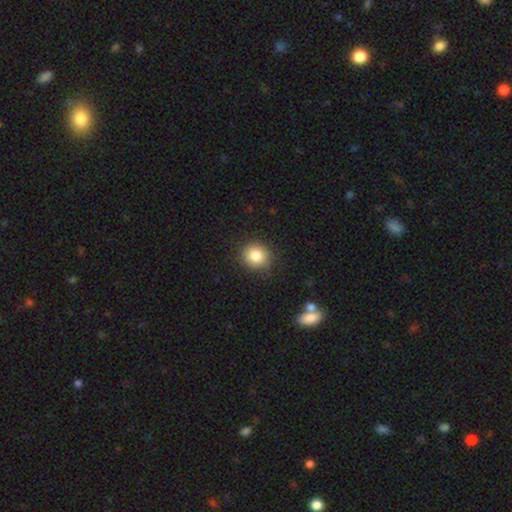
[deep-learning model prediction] Overall: smooth (85%). How rounded: round (85%). Merging: none (87%).